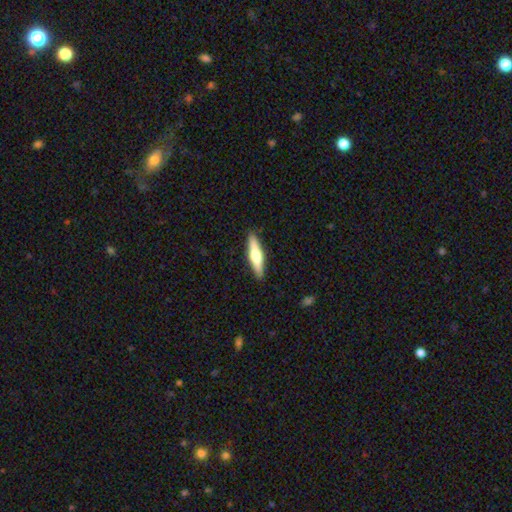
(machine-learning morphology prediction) Smooth or featured? featured or disk (50%)
Edge-on disk? yes (95%)
Merging? none (90%)